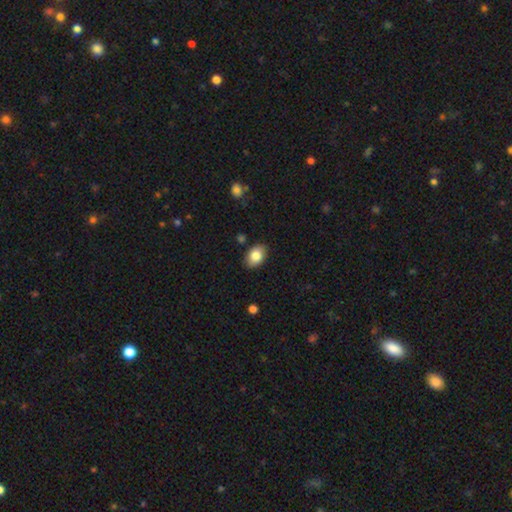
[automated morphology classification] This is clearly a smooth galaxy (83%). How rounded: clearly in between (82%). Merging: clearly none (85%).